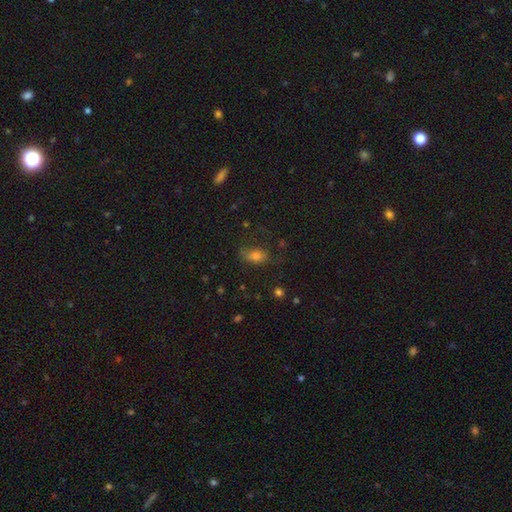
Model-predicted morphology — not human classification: A smooth galaxy with no disk features (71%) that is in between round and cigar-shaped (82%). Merging: none (58%).